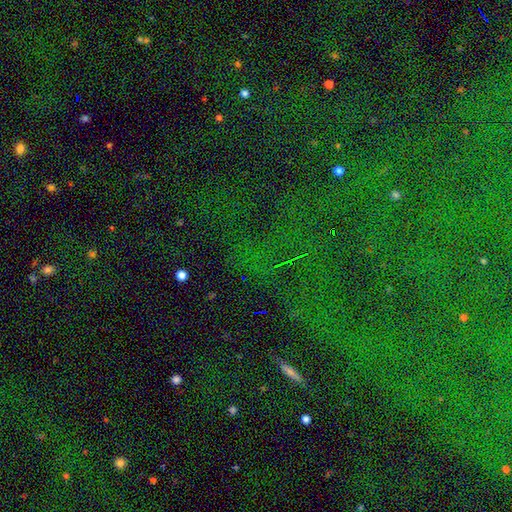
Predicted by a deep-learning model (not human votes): A star or artifact, not a galaxy (86%).

Vote fractions:
- Smooth or featured? star or artifact: 86% / smooth: 8% / featured or disk: 6%